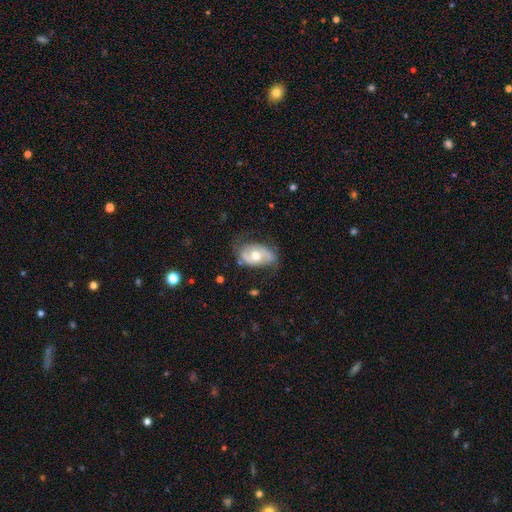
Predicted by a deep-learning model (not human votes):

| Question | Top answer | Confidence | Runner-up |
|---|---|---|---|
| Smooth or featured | featured or disk | 63% | smooth (31%) |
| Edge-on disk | no | 94% | yes (6%) |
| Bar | no | 64% | weak (26%) |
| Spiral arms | yes | 67% | no (33%) |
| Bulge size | moderate | 77% | small (11%) |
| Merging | none | 59% | minor disturbance (27%) |